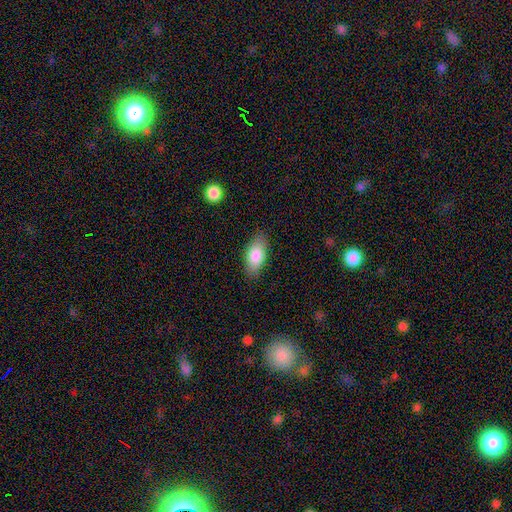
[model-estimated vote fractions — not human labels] Morphology: type=smooth (82%); roundness=in between (90%); merging=none (84%).